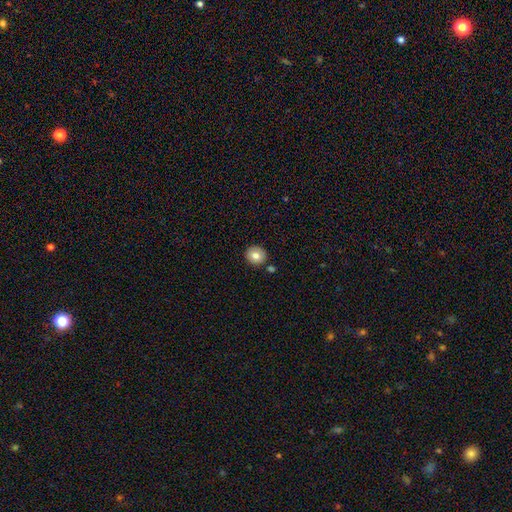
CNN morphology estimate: Smooth or featured?
  - smooth: 80% *
  - featured or disk: 11%
  - star or artifact: 9%
How rounded?
  - round: 85% *
  - in between: 14%
  - cigar-shaped: 1%
Merging?
  - none: 85% *
  - minor disturbance: 8%
  - merger: 5%
  - major disturbance: 2%